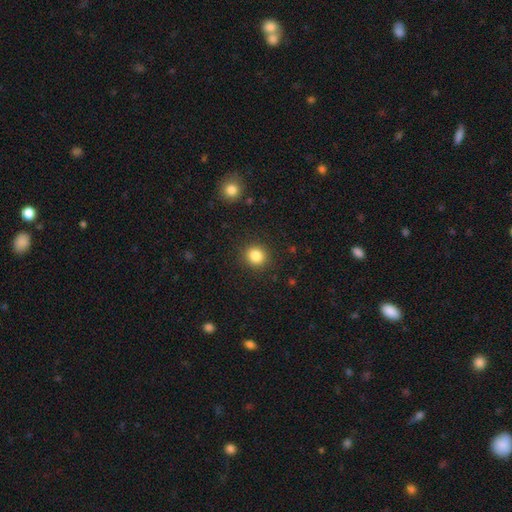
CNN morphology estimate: smooth 84%, star or artifact 11%, featured or disk 5%. Down the decision tree: how rounded — round (86%); merging — none (90%).